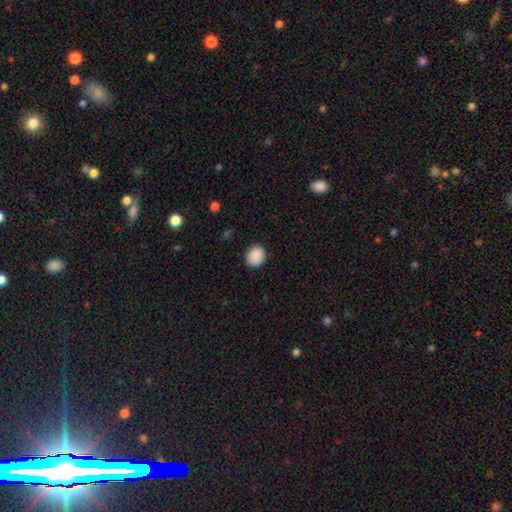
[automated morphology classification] The model was most divided on "how rounded": round: 61%, in between: 38%, cigar-shaped: 1%. More confident: smooth or featured — smooth (90%); merging — none (88%).